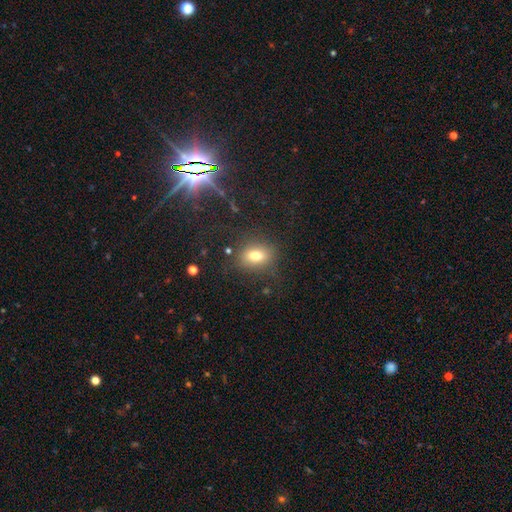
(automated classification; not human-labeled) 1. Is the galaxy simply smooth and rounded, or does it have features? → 73% smooth, 14% star or artifact, 13% featured or disk.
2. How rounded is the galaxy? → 61% in between, 36% round, 3% cigar-shaped.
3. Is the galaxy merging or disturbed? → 78% none, 13% minor disturbance, 6% major disturbance, 2% merger.